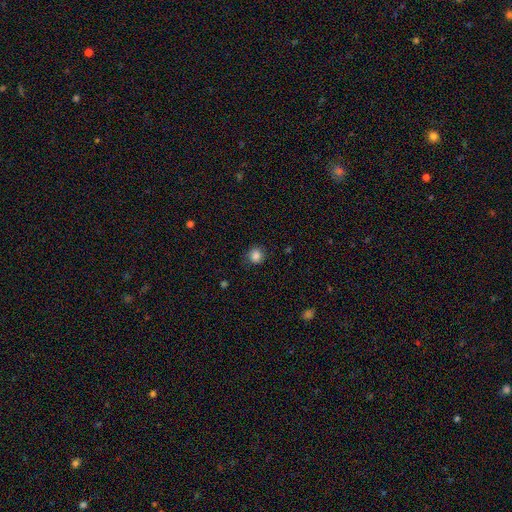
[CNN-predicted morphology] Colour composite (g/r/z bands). It shows a smooth galaxy with no disk features (86%) that is round (86%). Merging: none (84%).